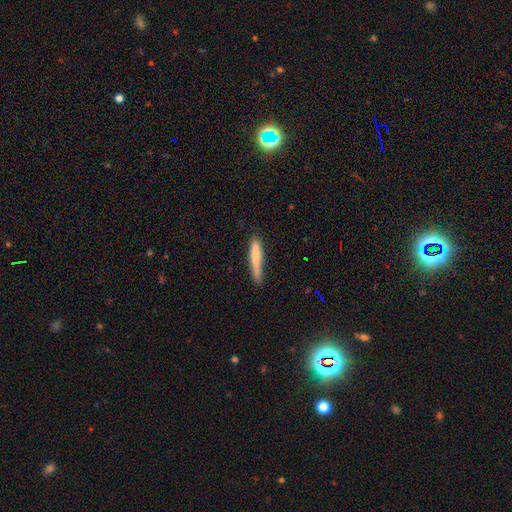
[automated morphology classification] Smooth or featured? smooth (74%)
How rounded? cigar-shaped (92%)
Merging? none (70%)